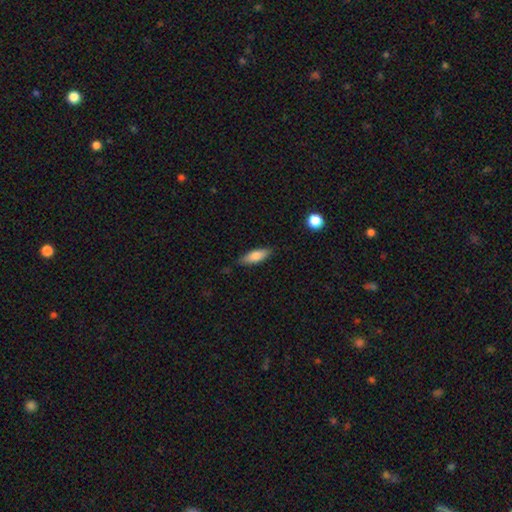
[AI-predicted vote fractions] smooth_or_featured: smooth (p=0.80) [alt: featured or disk p=0.14]
how_rounded: in between (p=0.61) [alt: cigar-shaped p=0.37]
merging: none (p=0.81) [alt: minor disturbance p=0.15]